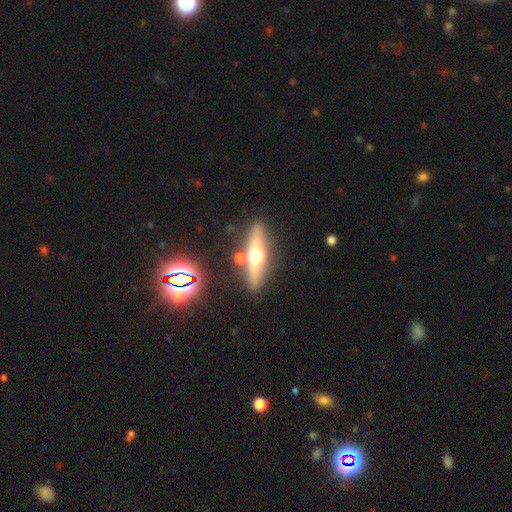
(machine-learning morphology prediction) Q: Smooth or featured?
A: featured or disk (61%); runner-up: smooth (30%)
Q: Edge-on disk?
A: yes (91%); runner-up: no (9%)
Q: Edge-on bulge?
A: rounded (95%); runner-up: none (3%)
Q: Merging?
A: none (82%); runner-up: minor disturbance (9%)